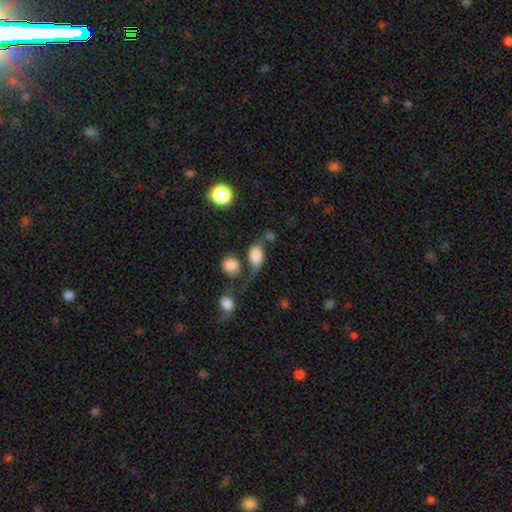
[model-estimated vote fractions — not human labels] Overall: smooth (74%). How rounded: in between (75%). Merging: none (31%; merger 29%).